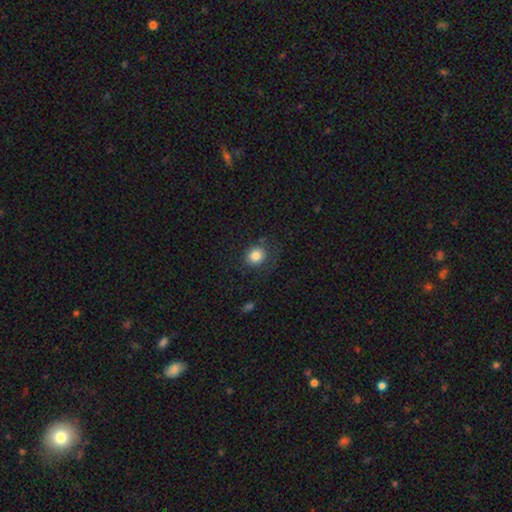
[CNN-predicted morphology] smooth_or_featured: smooth (p=0.83) [alt: star or artifact p=0.10]
how_rounded: round (p=0.75) [alt: in between p=0.24]
merging: none (p=0.74) [alt: minor disturbance p=0.16]